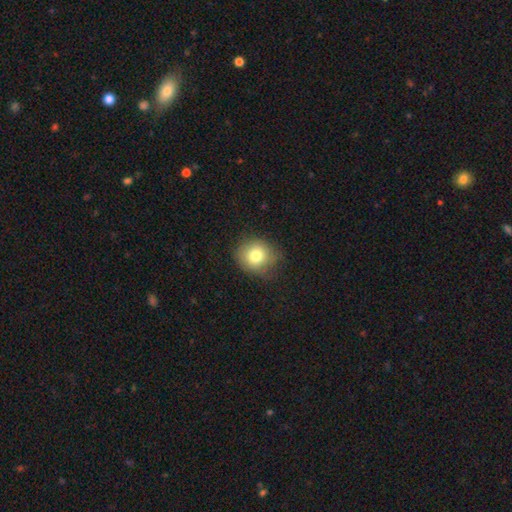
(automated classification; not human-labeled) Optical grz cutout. It shows a smooth galaxy with no disk features (79%) that is round (77%). Merging: none (75%).